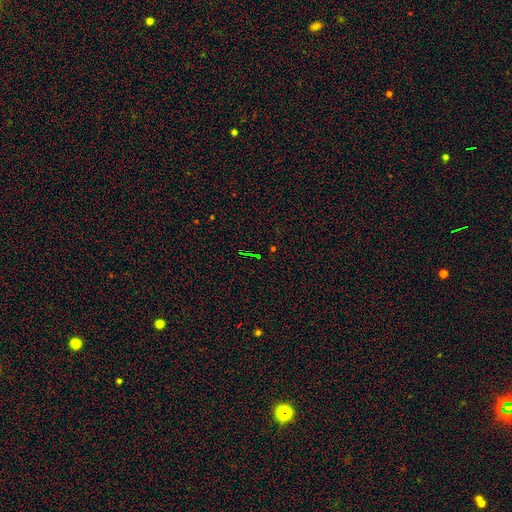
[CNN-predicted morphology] This is likely a star or artifact rather than a galaxy (74%).